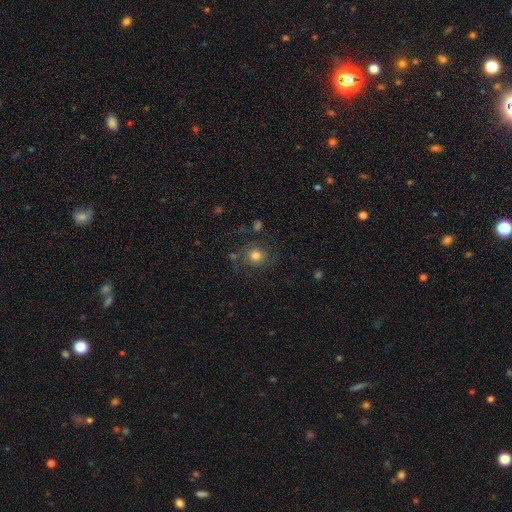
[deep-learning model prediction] Smooth or featured?
  - smooth: 69% *
  - featured or disk: 18%
  - star or artifact: 13%
How rounded?
  - round: 86% *
  - in between: 13%
  - cigar-shaped: 1%
Merging?
  - none: 73% *
  - minor disturbance: 15%
  - major disturbance: 8%
  - merger: 4%